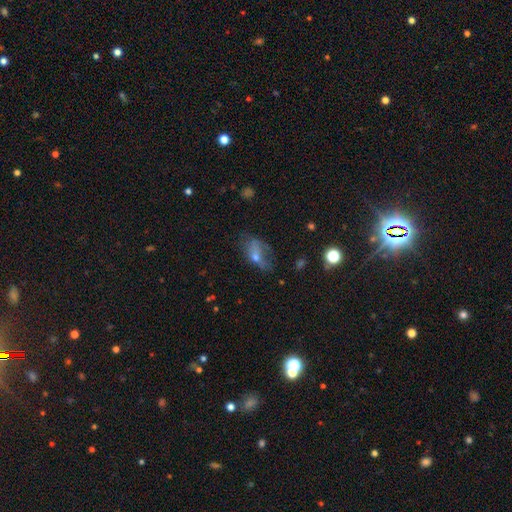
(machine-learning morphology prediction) A smooth galaxy with no disk features (47%).

Vote fractions:
- Smooth or featured? smooth: 47% / featured or disk: 37% / star or artifact: 17%
- Merging? none: 41% / major disturbance: 28% / minor disturbance: 27% / merger: 4%